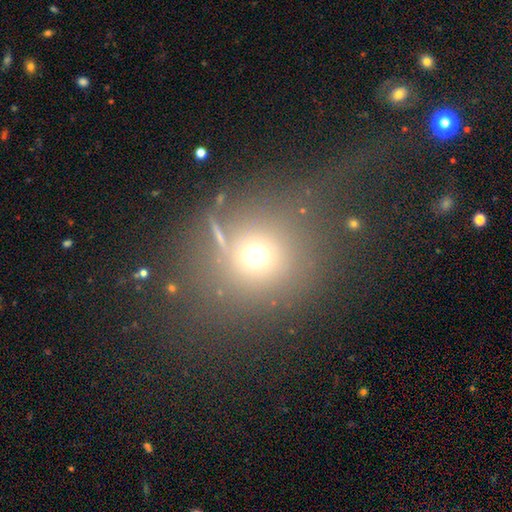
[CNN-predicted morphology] type=smooth (59%); roundness=round (85%); merging=none (53%).